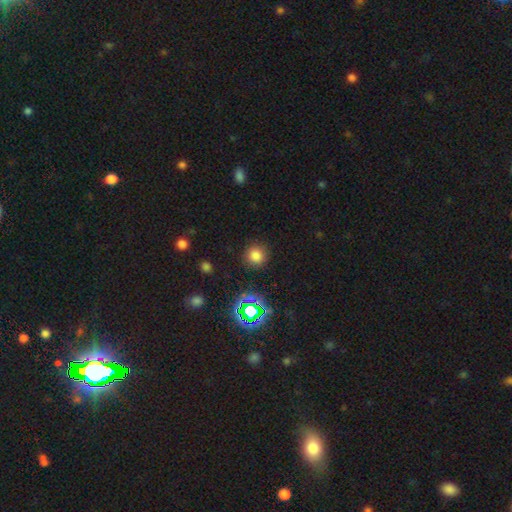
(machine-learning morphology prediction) The model was most divided on "smooth or featured": smooth: 74%, star or artifact: 20%, featured or disk: 5%. More confident: how rounded — round (93%); merging — none (89%).